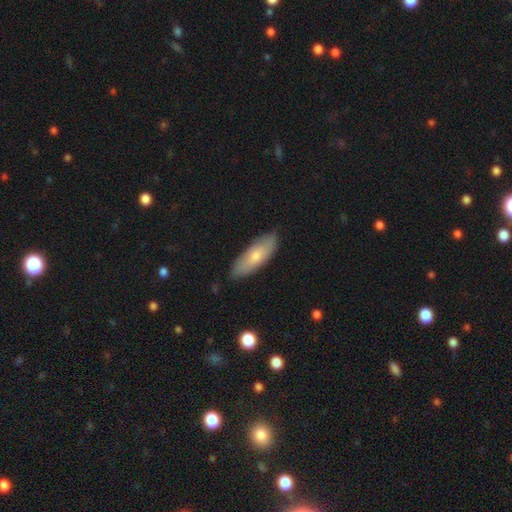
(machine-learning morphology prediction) Smooth or featured? Predicted: smooth (p=0.68). How rounded? Predicted: in between (p=0.66). Merging? Predicted: none (p=0.84).